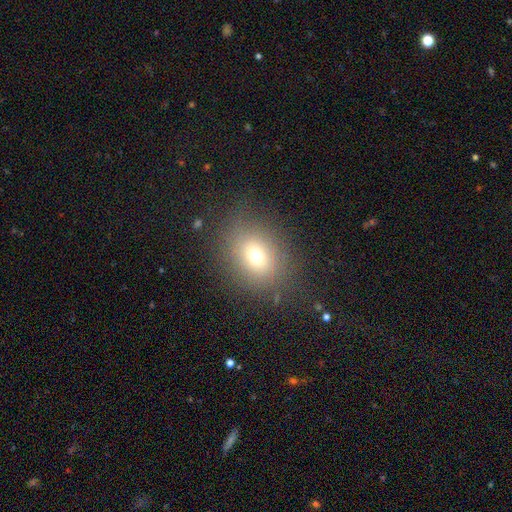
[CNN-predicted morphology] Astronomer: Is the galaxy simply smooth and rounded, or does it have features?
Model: smooth — 69%.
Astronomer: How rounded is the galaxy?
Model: round — 54% (runner-up: in between, 45%).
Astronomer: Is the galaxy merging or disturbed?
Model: none — 80%.